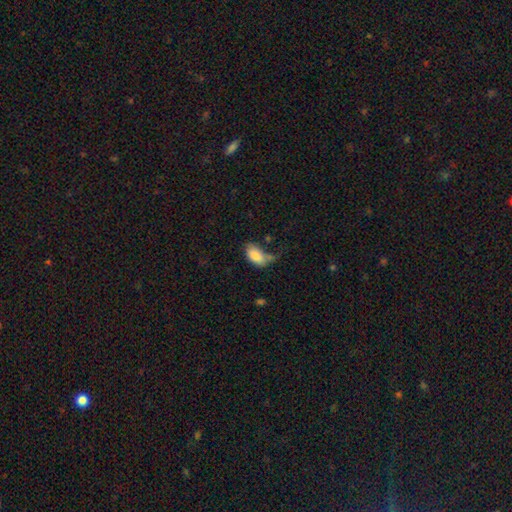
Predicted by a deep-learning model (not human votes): This is clearly a smooth galaxy (83%). How rounded: clearly in between (93%). Merging: marginally none (35%).